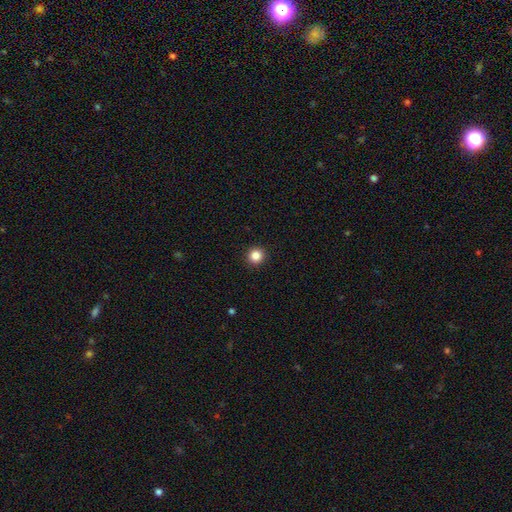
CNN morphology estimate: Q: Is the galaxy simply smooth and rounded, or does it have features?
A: smooth — 85%.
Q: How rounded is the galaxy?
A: round — 94%.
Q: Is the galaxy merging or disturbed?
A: none — 93%.